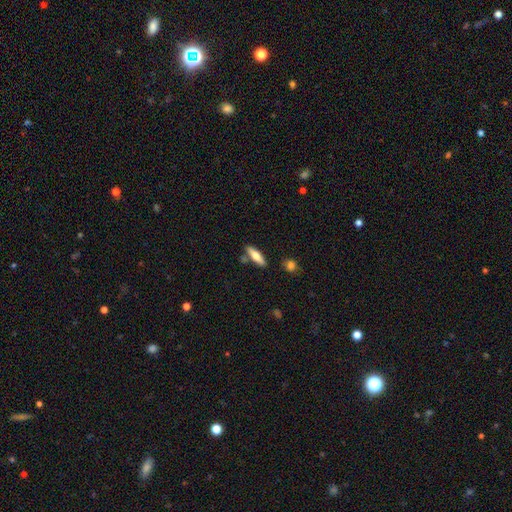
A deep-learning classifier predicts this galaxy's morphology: Smooth or featured? Predicted: smooth (p=0.57). How rounded? Predicted: cigar-shaped (p=0.61). Merging? Predicted: none (p=0.78).